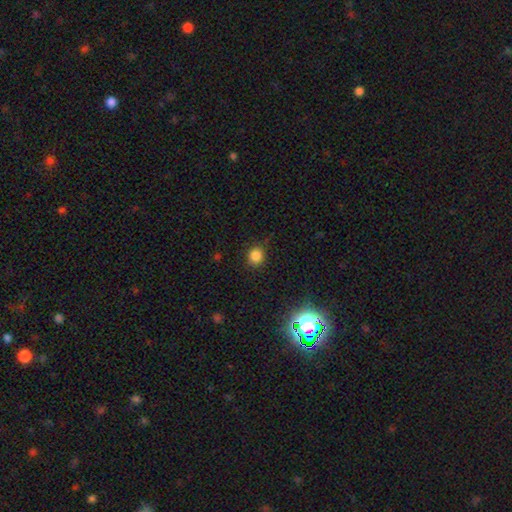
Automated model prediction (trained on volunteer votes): Morphology: type=smooth (82%); roundness=round (86%); merging=none (84%).